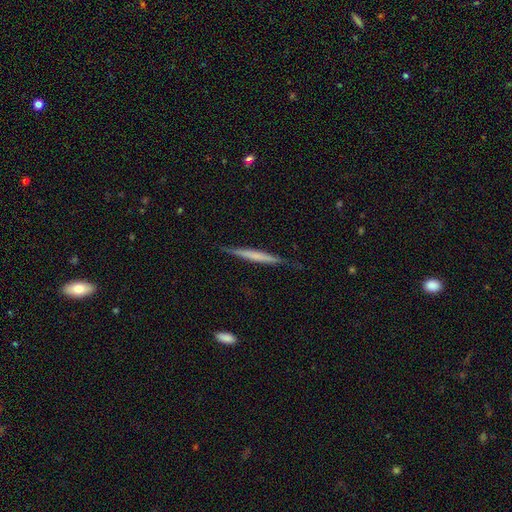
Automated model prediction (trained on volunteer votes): Smooth or featured?
  - featured or disk: 49% *
  - smooth: 46%
  - star or artifact: 5%
Merging?
  - none: 85% *
  - minor disturbance: 11%
  - major disturbance: 2%
  - merger: 1%